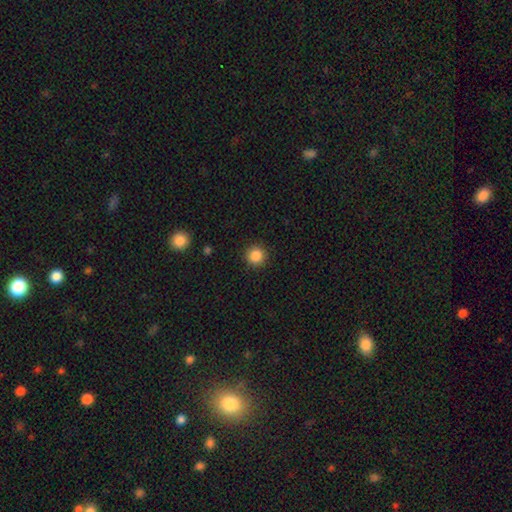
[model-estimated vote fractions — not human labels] This is clearly a smooth galaxy (86%). How rounded: clearly round (94%). Merging: clearly none (91%).